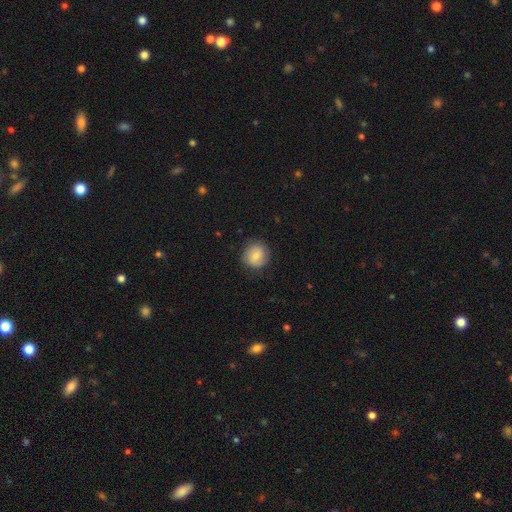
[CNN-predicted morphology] Smooth or featured?
  - smooth: 75% *
  - featured or disk: 17%
  - star or artifact: 8%
How rounded?
  - round: 90% *
  - in between: 9%
  - cigar-shaped: 1%
Merging?
  - none: 83% *
  - minor disturbance: 12%
  - major disturbance: 3%
  - merger: 1%